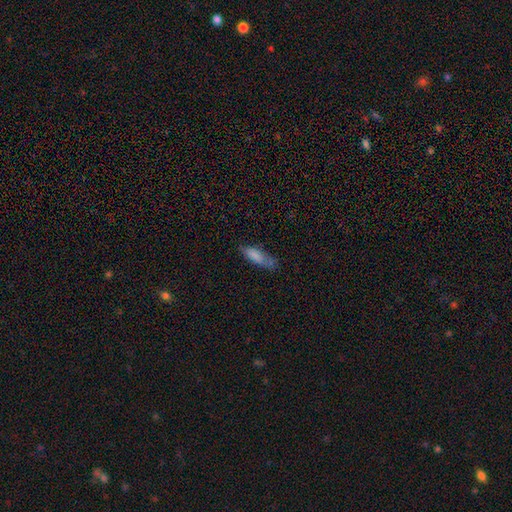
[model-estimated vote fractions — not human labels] Morphology: type=smooth (82%); roundness=in between (51%); merging=none (60%).